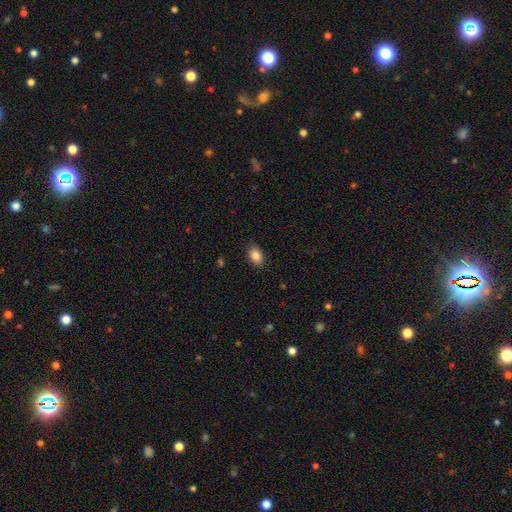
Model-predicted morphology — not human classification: type=smooth (87%); roundness=in between (85%); merging=none (88%).